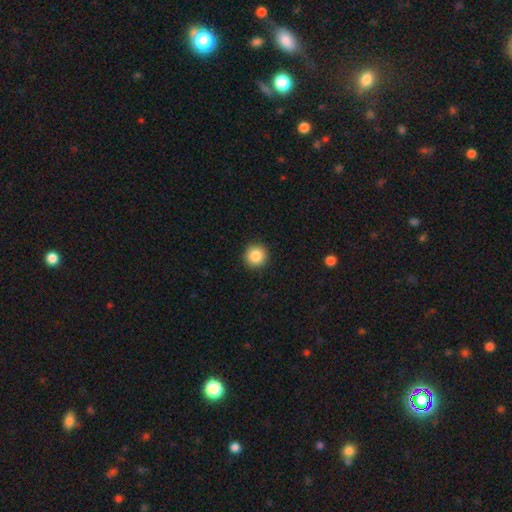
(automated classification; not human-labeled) smooth_or_featured: smooth (p=0.85) [alt: star or artifact p=0.10]
how_rounded: round (p=0.95) [alt: in between p=0.04]
merging: none (p=0.93) [alt: minor disturbance p=0.05]